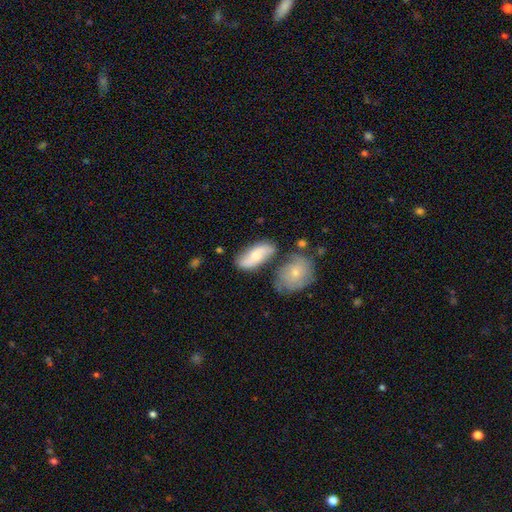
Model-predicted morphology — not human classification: This appears to be a featured or disk galaxy (47%). Merging: none (57%).